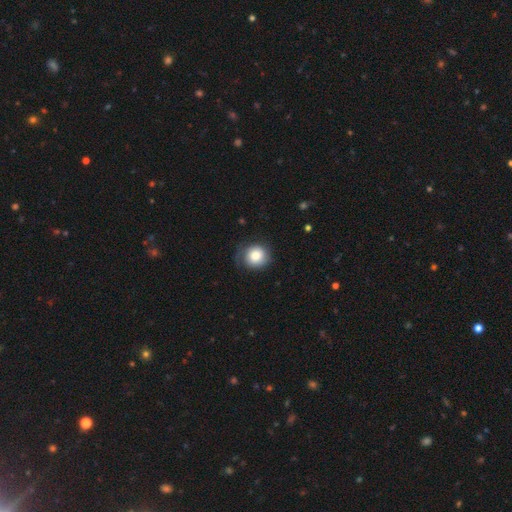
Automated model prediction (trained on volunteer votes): Smooth or featured: smooth — 82% (featured or disk — 10%)
How rounded: round — 88% (in between — 11%)
Merging: none — 69% (minor disturbance — 23%)